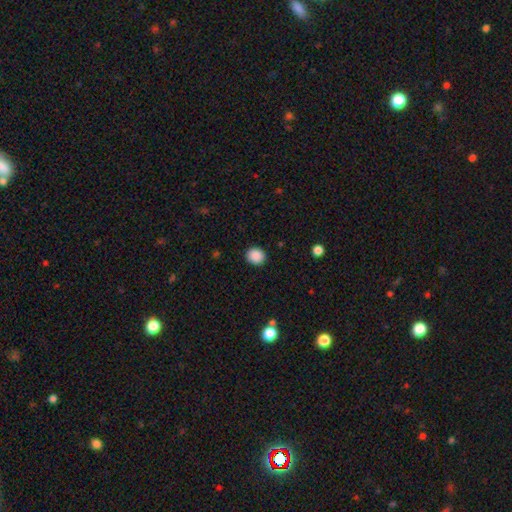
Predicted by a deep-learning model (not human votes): Smooth or featured: smooth — 89% (star or artifact — 9%)
How rounded: round — 78% (in between — 21%)
Merging: none — 91% (minor disturbance — 6%)